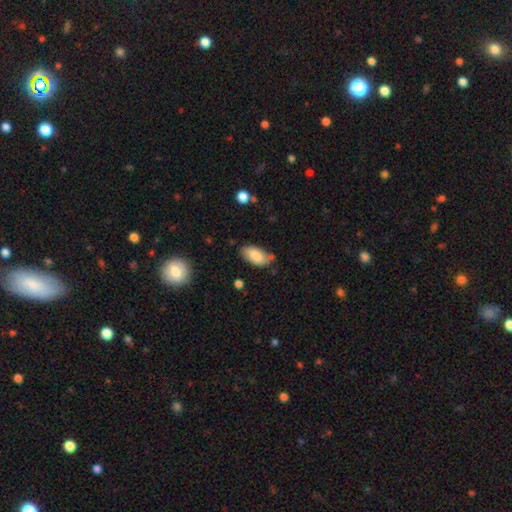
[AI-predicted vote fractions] This is clearly a smooth galaxy (83%). How rounded: clearly in between (94%). Merging: likely none (69%).